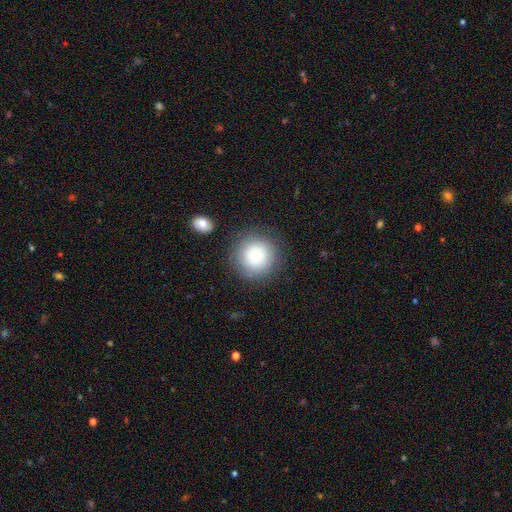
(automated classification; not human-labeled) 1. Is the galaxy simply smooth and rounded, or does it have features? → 76% smooth, 14% featured or disk, 9% star or artifact.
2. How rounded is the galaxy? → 95% round, 4% in between, 1% cigar-shaped.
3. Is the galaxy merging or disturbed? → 84% none, 10% minor disturbance, 4% major disturbance, 2% merger.